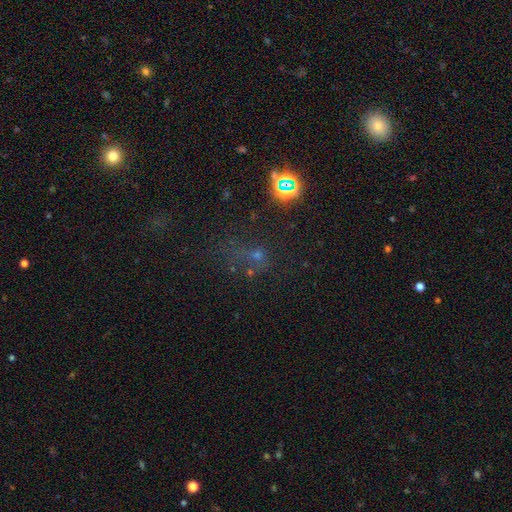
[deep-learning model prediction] Smooth or featured: star or artifact — 51% (smooth — 34%)